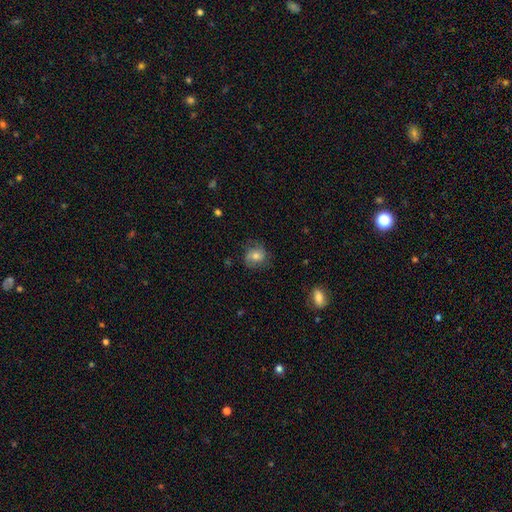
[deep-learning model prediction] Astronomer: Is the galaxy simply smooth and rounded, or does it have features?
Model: smooth — 61%.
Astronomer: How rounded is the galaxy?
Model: round — 71%.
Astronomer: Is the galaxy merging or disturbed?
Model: none — 71%.